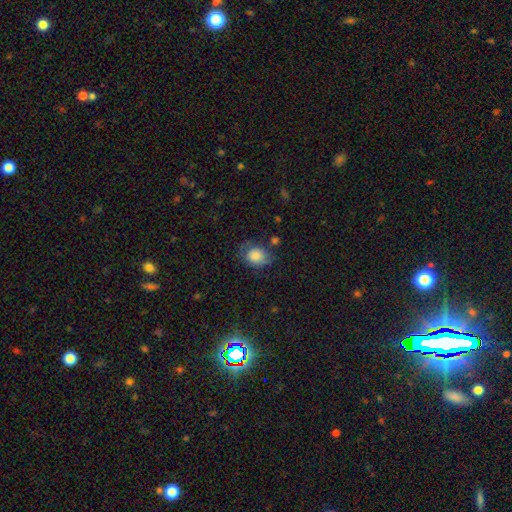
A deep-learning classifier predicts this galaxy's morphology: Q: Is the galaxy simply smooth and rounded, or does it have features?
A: smooth — 78%.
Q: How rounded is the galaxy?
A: in between — 51%.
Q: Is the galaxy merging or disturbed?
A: none — 54%.